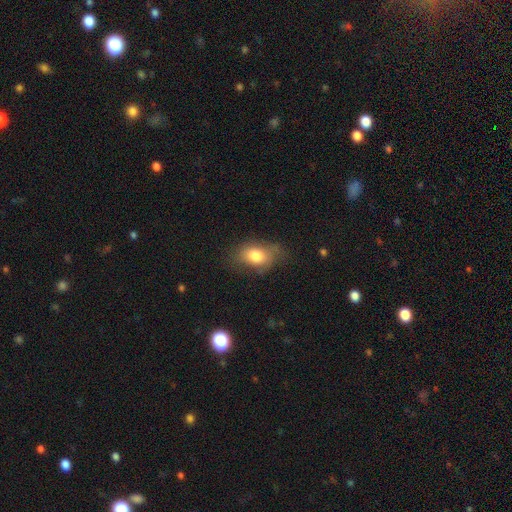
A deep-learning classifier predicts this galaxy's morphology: This is likely a smooth galaxy (77%). How rounded: likely in between (78%). Merging: possibly none (55%).